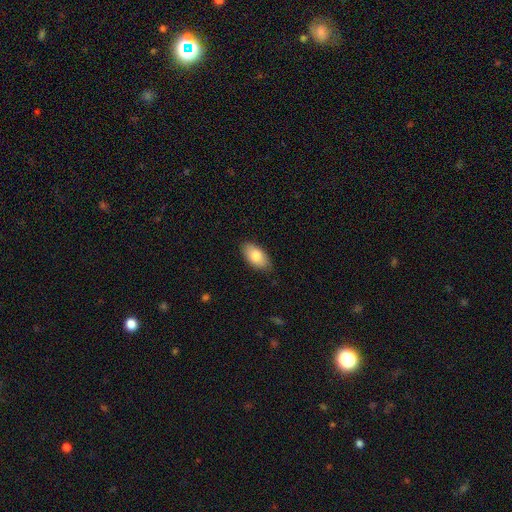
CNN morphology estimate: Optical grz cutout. It shows a smooth galaxy with no disk features (83%) that is in between round and cigar-shaped (94%). Merging: none (84%).